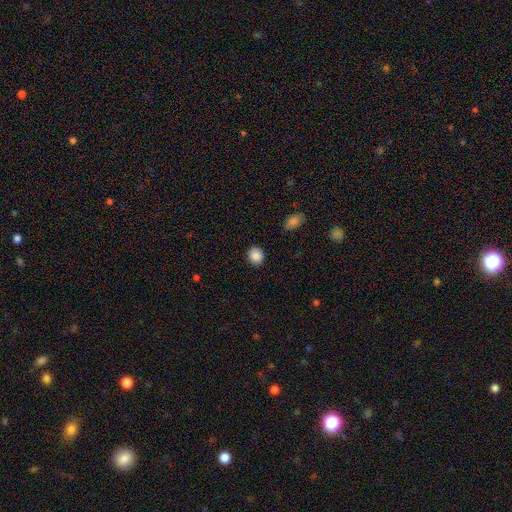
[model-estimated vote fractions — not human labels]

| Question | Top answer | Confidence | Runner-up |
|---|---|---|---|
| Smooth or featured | smooth | 87% | star or artifact (9%) |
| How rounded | round | 76% | in between (23%) |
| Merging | none | 88% | minor disturbance (8%) |